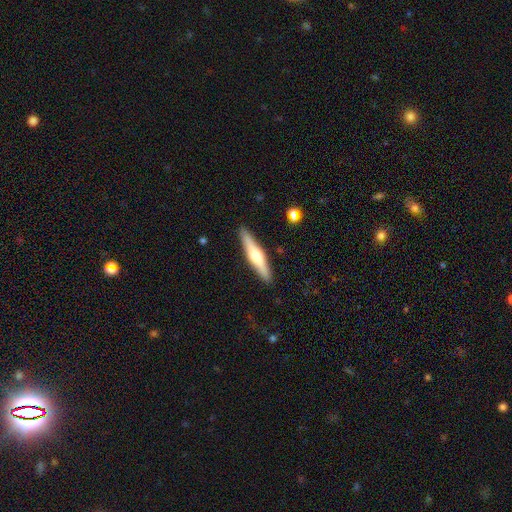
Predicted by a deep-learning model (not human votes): featured or disk 54%, smooth 40%, star or artifact 6%. Down the decision tree: edge-on disk — yes (95%); edge-on bulge — rounded (90%); merging — none (90%).